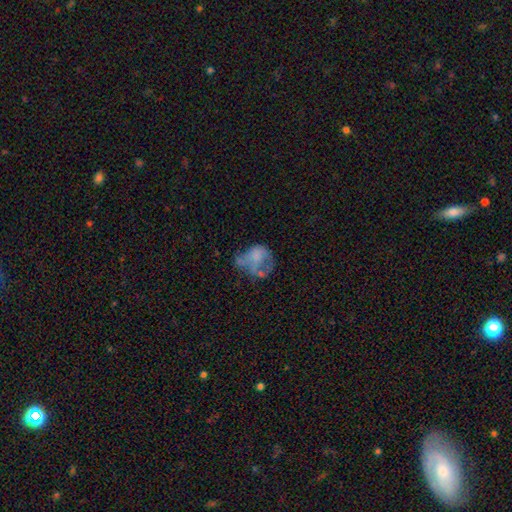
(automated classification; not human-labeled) Morphology: type=smooth (48%); merging=major disturbance (37%).